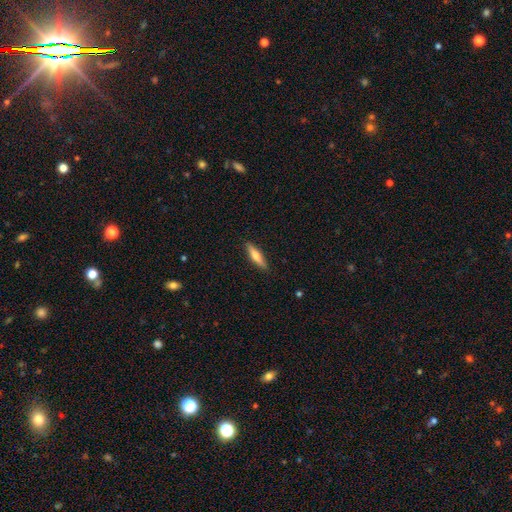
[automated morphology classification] A smooth galaxy with no disk features (59%) that is cigar-shaped (75%). Merging: none (88%).